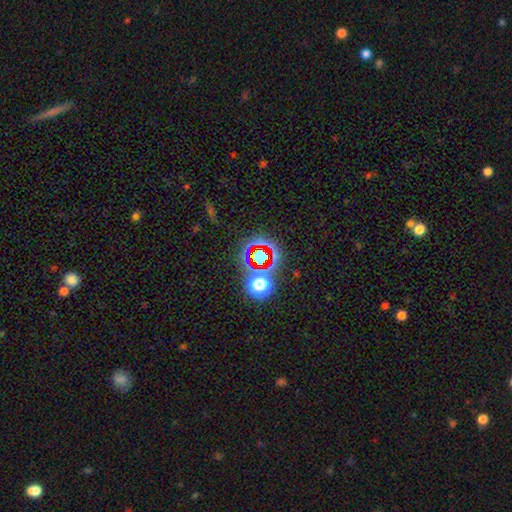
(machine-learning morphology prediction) type=star or artifact (69%).